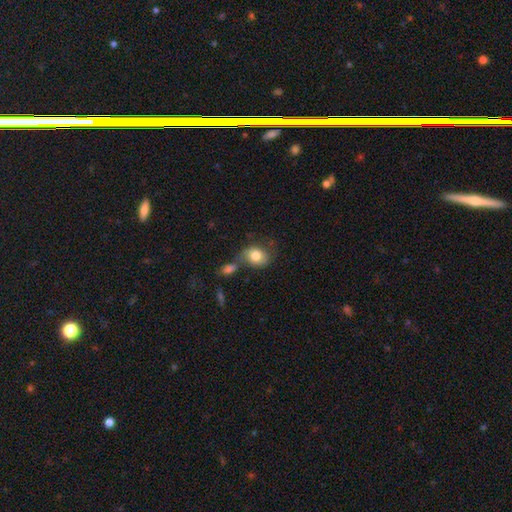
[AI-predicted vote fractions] Smooth or featured? Predicted: smooth (p=0.80). How rounded? Predicted: in between (p=0.50). Merging? Predicted: none (p=0.46).